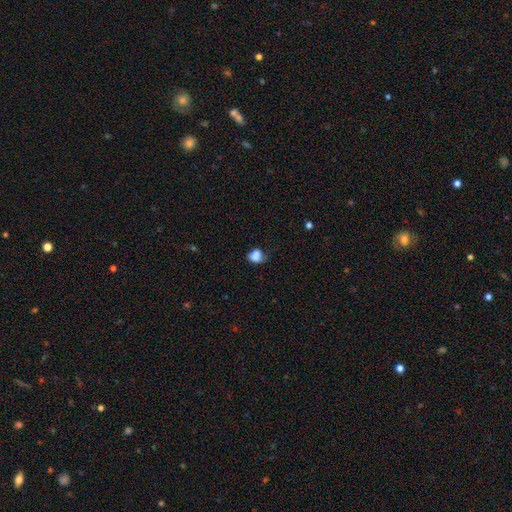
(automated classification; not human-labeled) smooth 79%, star or artifact 11%, featured or disk 10%. Down the decision tree: how rounded — round (50%); merging — none (39%).